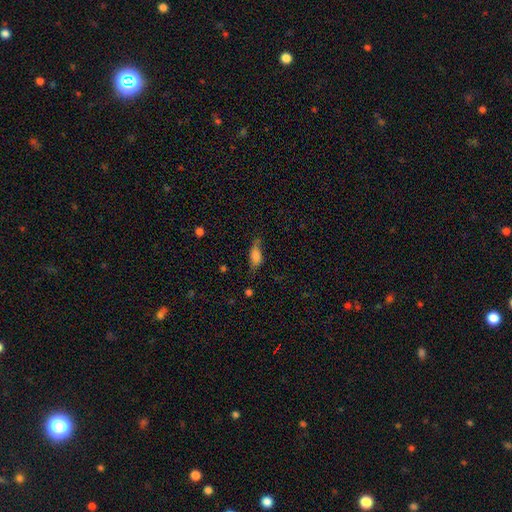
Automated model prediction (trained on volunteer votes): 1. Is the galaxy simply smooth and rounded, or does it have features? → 74% smooth, 16% featured or disk, 9% star or artifact.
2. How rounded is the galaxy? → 80% in between, 16% cigar-shaped, 4% round.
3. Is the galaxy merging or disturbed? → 51% none, 32% minor disturbance, 14% major disturbance, 3% merger.